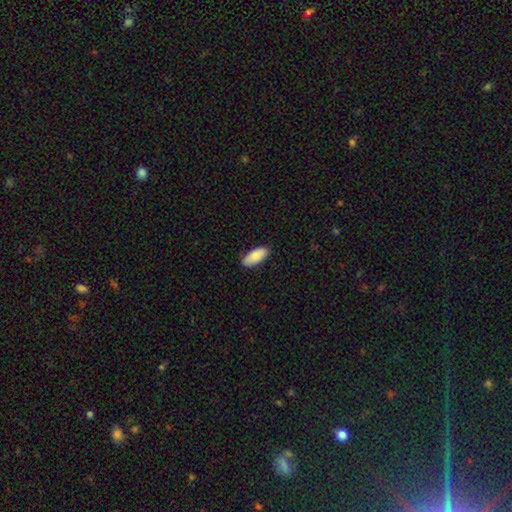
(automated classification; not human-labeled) This appears to be a smooth galaxy with no disk features (87%) that is in between round and cigar-shaped (86%). Merging: none (86%).